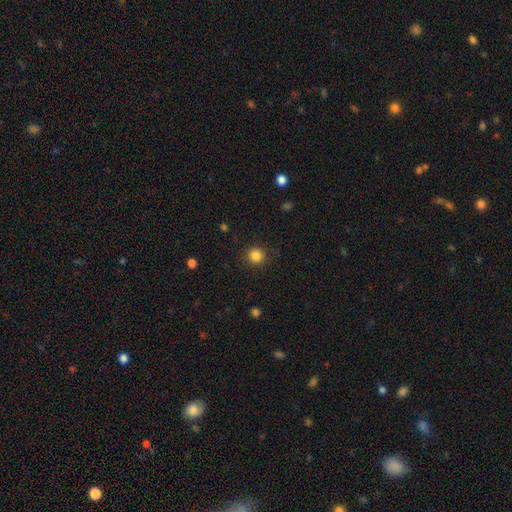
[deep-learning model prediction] Smooth or featured?
  - smooth: 85% *
  - star or artifact: 11%
  - featured or disk: 4%
How rounded?
  - round: 91% *
  - in between: 8%
  - cigar-shaped: 1%
Merging?
  - none: 90% *
  - minor disturbance: 7%
  - major disturbance: 3%
  - merger: 1%